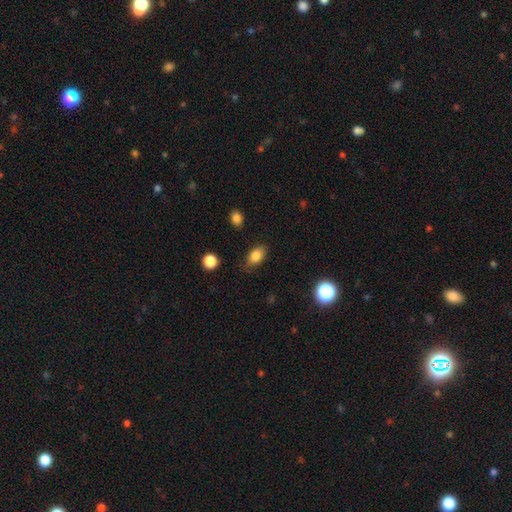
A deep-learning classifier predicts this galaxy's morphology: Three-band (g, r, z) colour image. It shows a smooth galaxy with no disk features (83%) that is in between round and cigar-shaped (86%). Merging: none (75%).